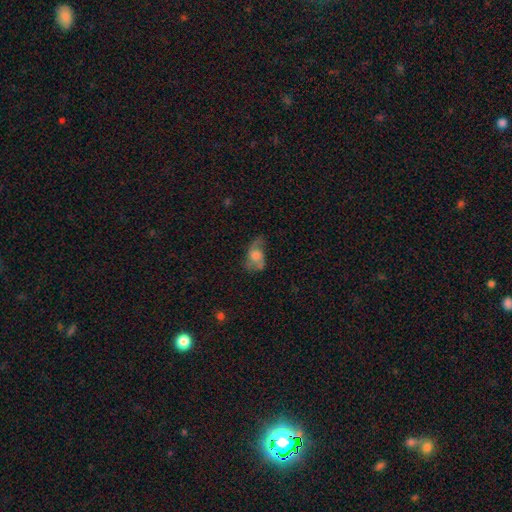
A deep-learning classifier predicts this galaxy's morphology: featured or disk 46%, smooth 44%, star or artifact 11%. Down the decision tree: merging — none (46%).